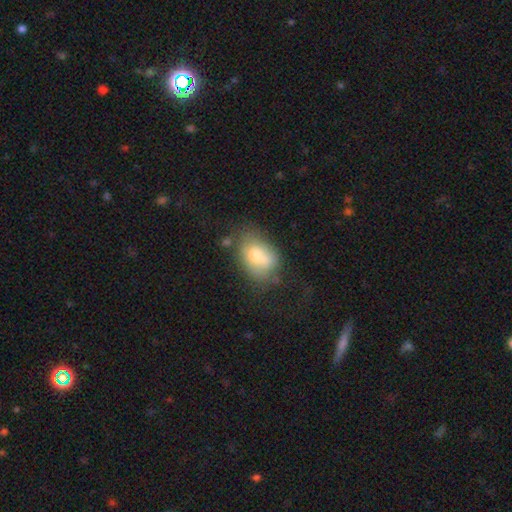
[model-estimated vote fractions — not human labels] Q: Smooth or featured?
A: smooth (69%); runner-up: featured or disk (21%)
Q: How rounded?
A: in between (72%); runner-up: round (26%)
Q: Merging?
A: none (48%); runner-up: minor disturbance (26%)